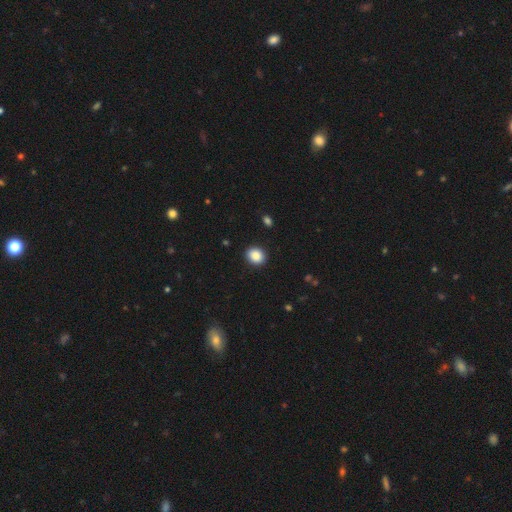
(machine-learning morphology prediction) Smooth or featured? smooth (88%)
How rounded? round (67%)
Merging? none (91%)